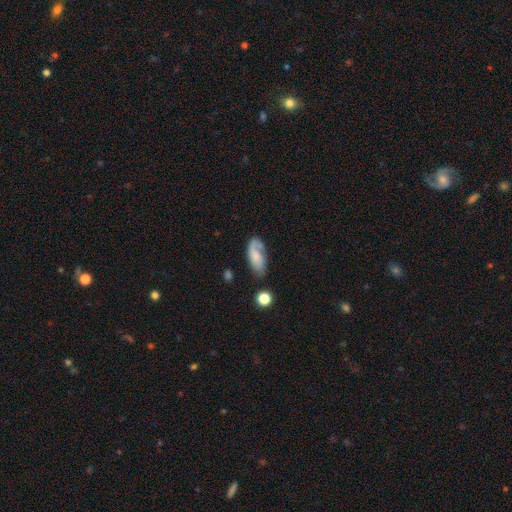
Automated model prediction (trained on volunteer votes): Q: Smooth or featured?
A: smooth (50%); runner-up: featured or disk (42%)
Q: How rounded?
A: in between (86%); runner-up: cigar-shaped (10%)
Q: Merging?
A: none (52%); runner-up: minor disturbance (26%)